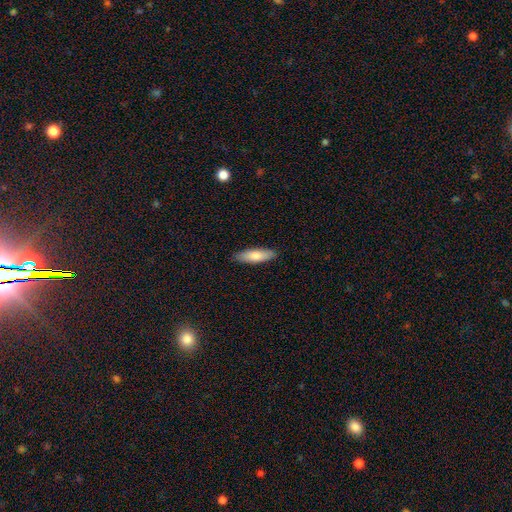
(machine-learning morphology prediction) Q: Smooth or featured?
A: smooth (79%); runner-up: featured or disk (16%)
Q: How rounded?
A: cigar-shaped (51%); runner-up: in between (48%)
Q: Merging?
A: none (89%); runner-up: minor disturbance (8%)